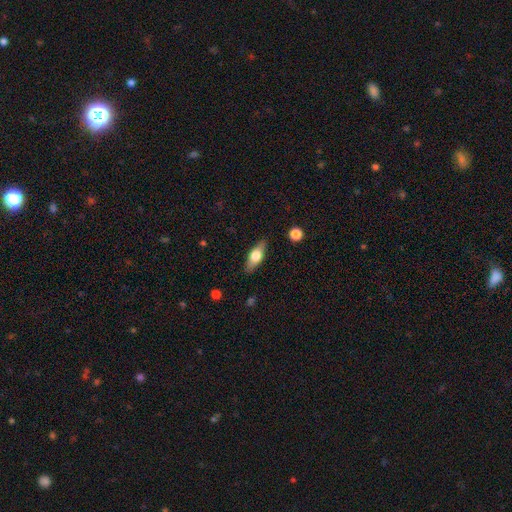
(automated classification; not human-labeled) Smooth or featured?
  - smooth: 57% *
  - featured or disk: 37%
  - star or artifact: 6%
How rounded?
  - in between: 67% *
  - cigar-shaped: 29%
  - round: 4%
Merging?
  - none: 84% *
  - minor disturbance: 12%
  - major disturbance: 3%
  - merger: 1%